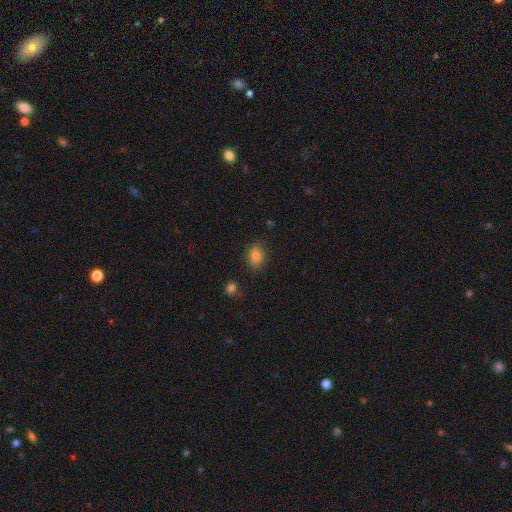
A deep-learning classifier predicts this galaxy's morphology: smooth 83%, star or artifact 11%, featured or disk 7%. Down the decision tree: how rounded — in between (68%); merging — none (84%).